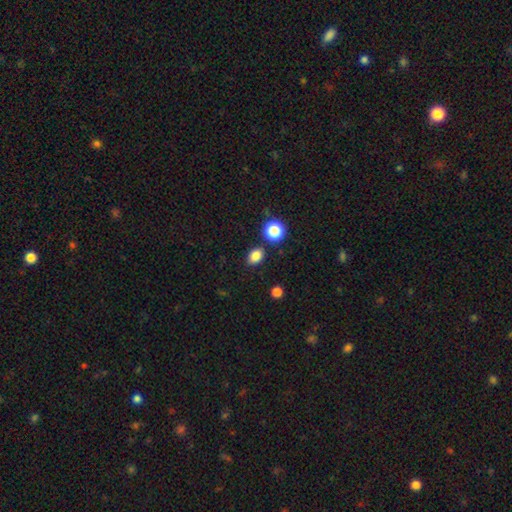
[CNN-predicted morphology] smooth 82%, star or artifact 13%, featured or disk 5%. Down the decision tree: how rounded — in between (69%); merging — none (82%).